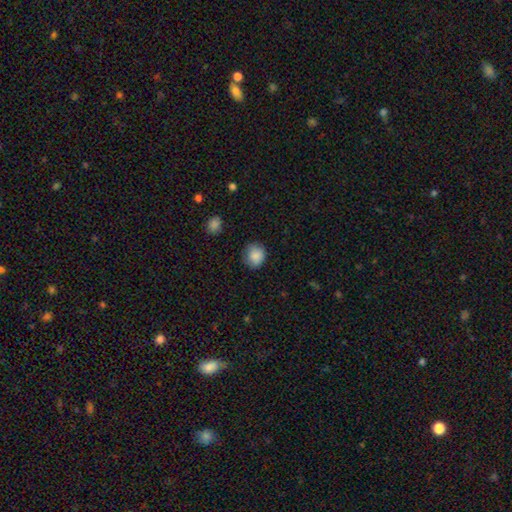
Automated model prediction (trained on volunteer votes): The model was most divided on "how rounded": round: 77%, in between: 22%, cigar-shaped: 1%. More confident: smooth or featured — smooth (87%); merging — none (77%).